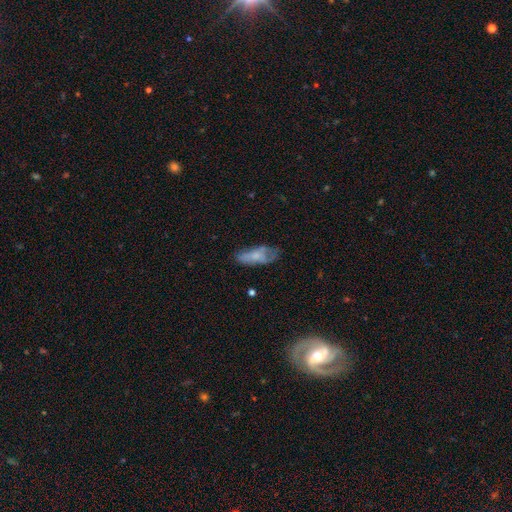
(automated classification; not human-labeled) This appears to be a smooth galaxy with no disk features (62%) that is in between round and cigar-shaped (74%). Merging: none (44%).